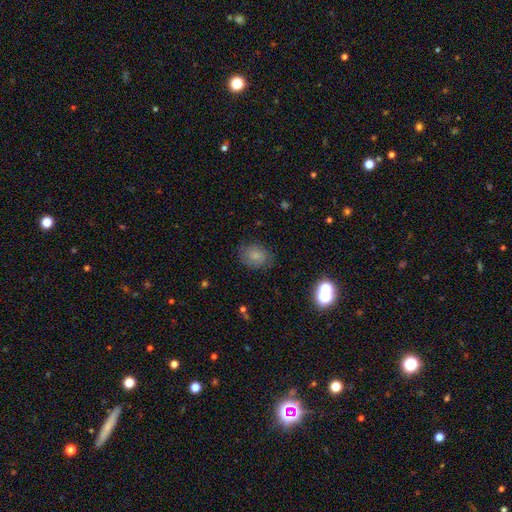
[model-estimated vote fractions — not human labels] Smooth or featured: smooth — 67% (featured or disk — 22%)
How rounded: in between — 51% (round — 48%)
Merging: none — 75% (minor disturbance — 18%)